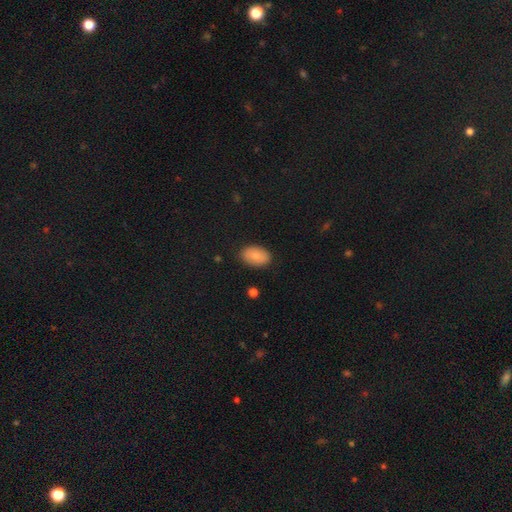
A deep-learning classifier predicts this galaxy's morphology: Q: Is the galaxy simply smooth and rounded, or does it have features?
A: smooth — 81%.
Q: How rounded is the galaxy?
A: in between — 88%.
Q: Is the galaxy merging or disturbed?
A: none — 86%.